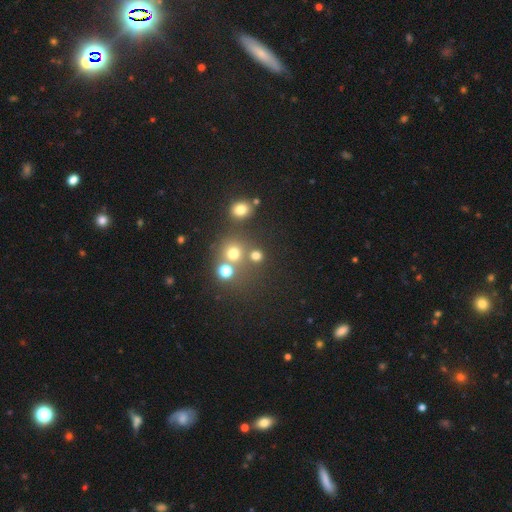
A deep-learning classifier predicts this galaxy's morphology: smooth-or-featured: smooth: 71% | star or artifact: 21% | featured or disk: 8%
  how-rounded: round: 87% | in between: 11% | cigar-shaped: 1%
  merging: none: 70% | merger: 17% | minor disturbance: 8% | major disturbance: 5%